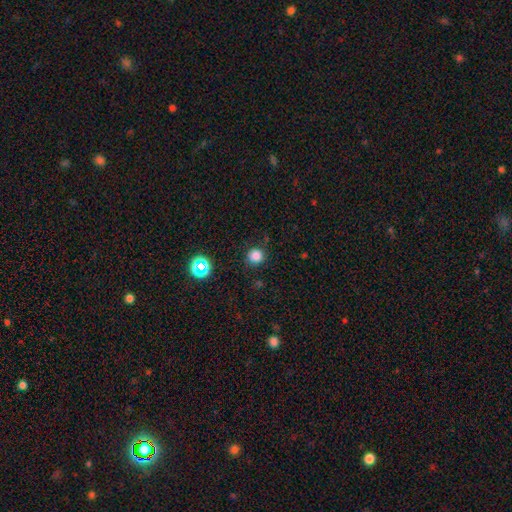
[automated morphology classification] This is likely a smooth galaxy (80%). How rounded: clearly round (94%). Merging: clearly none (86%).